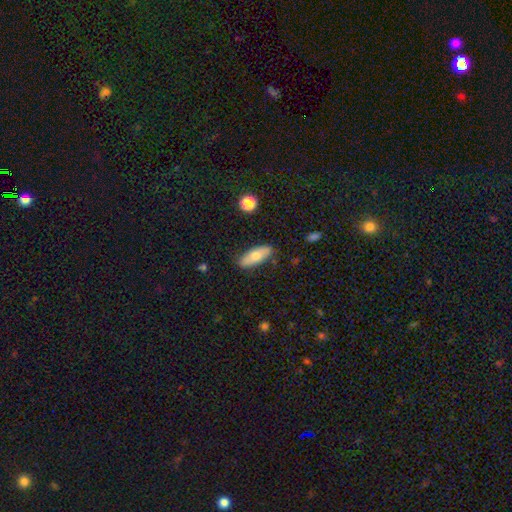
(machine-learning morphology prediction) Smooth or featured? smooth (71%)
How rounded? in between (68%)
Merging? none (84%)